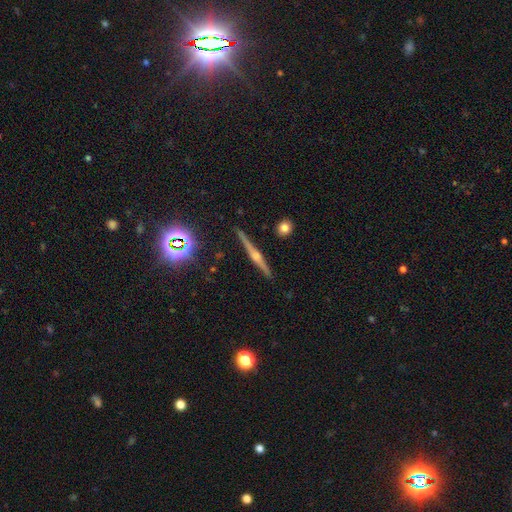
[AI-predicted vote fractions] Smooth or featured? Predicted: featured or disk (p=0.77). Edge-on disk? Predicted: yes (p=0.98). Edge-on bulge? Predicted: rounded (p=0.88). Merging? Predicted: none (p=0.91).